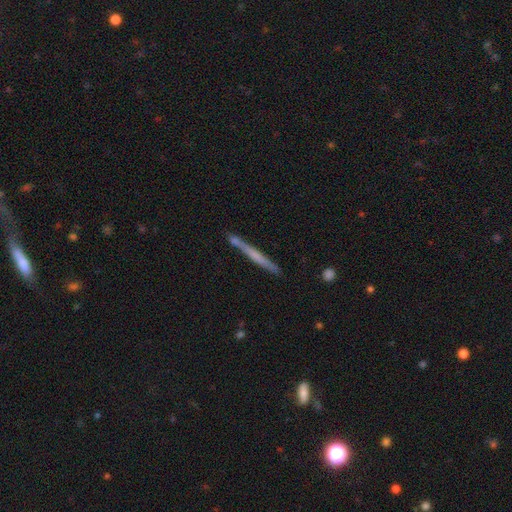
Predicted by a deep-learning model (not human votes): A featured or disk galaxy (49%).

Vote fractions:
- Smooth or featured? featured or disk: 49% / smooth: 45% / star or artifact: 6%
- Merging? none: 79% / minor disturbance: 11% / merger: 7% / major disturbance: 3%